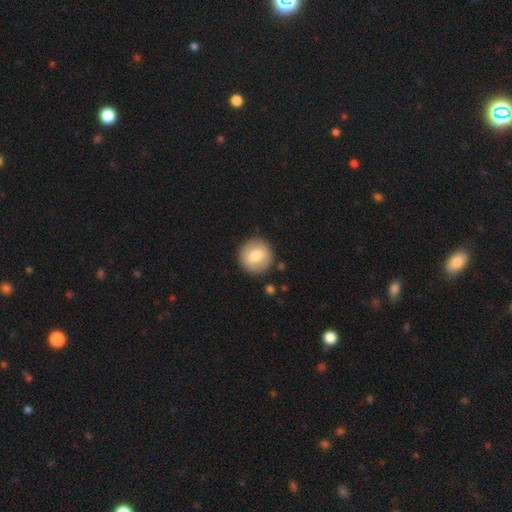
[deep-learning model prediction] This is likely a smooth galaxy (76%). How rounded: clearly round (95%). Merging: clearly none (90%).